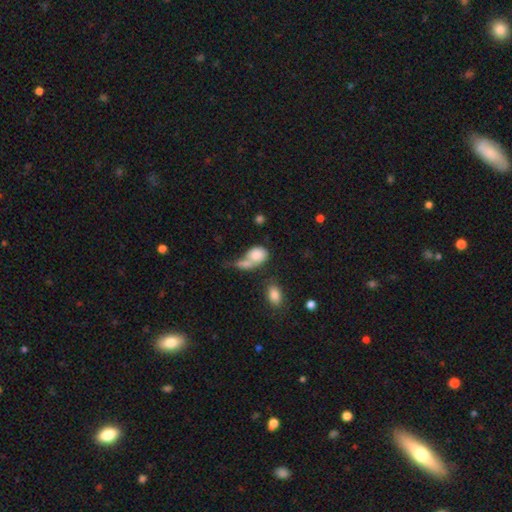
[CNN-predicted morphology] Smooth or featured? smooth (80%)
How rounded? in between (65%)
Merging? merger (51%)